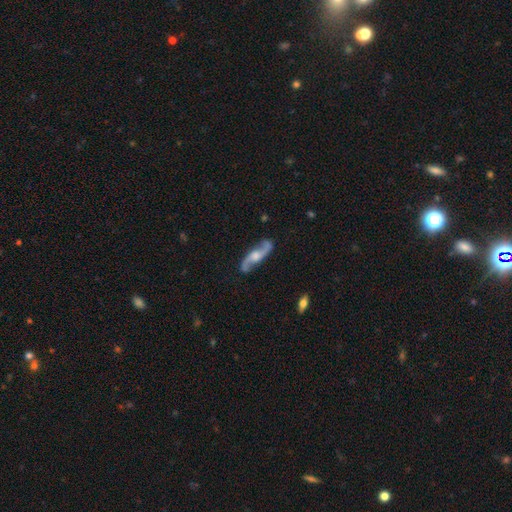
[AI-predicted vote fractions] smooth-or-featured: featured or disk: 85% | smooth: 10% | star or artifact: 5%
  disk-edge-on: no: 87% | yes: 13%
    bar: no: 56% | weak: 36% | strong: 8%
    has-spiral-arms: yes: 96% | no: 4%
      spiral-winding: loose: 67% | medium: 27% | tight: 6%
      spiral-arm-count: 2: 94% | can't tell: 2% | 1: 1% | 3: 1% | 4: 1% | more than 4: 1%
    bulge-size: moderate: 48% | large: 20% | small: 18% | none: 11% | dominant: 2%
  merging: none: 82% | minor disturbance: 12% | major disturbance: 4% | merger: 2%